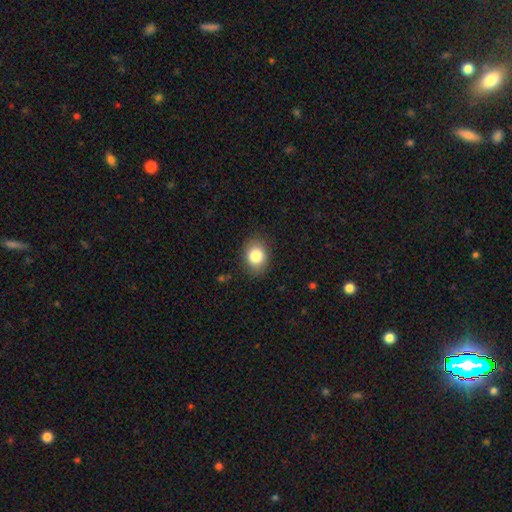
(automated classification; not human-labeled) Q: Smooth or featured?
A: smooth (84%); runner-up: star or artifact (9%)
Q: How rounded?
A: in between (52%); runner-up: round (47%)
Q: Merging?
A: none (85%); runner-up: minor disturbance (11%)